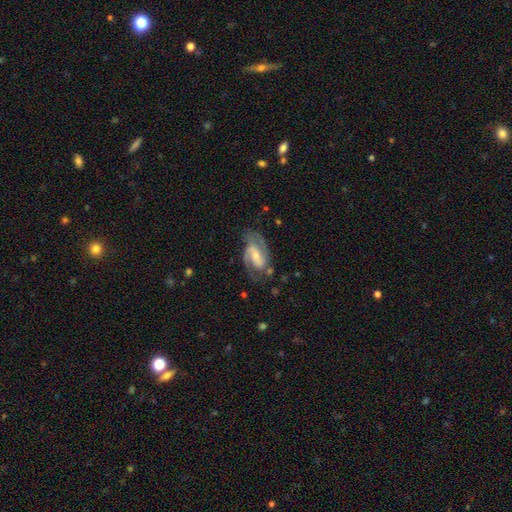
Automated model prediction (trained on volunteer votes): Smooth or featured? featured or disk (86%)
Edge-on disk? no (97%)
Bar? weak (43%)
Spiral arms? yes (96%)
Spiral winding? medium (55%)
Spiral arm count? 2 (88%)
Bulge size? small (47%)
Merging? none (70%)